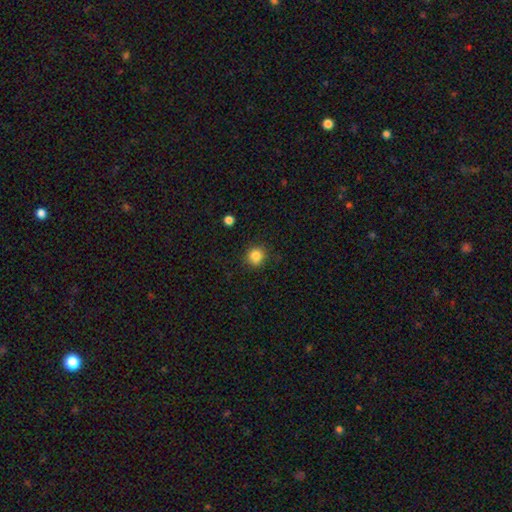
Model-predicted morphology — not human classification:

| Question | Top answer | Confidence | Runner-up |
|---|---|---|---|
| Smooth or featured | smooth | 84% | star or artifact (11%) |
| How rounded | round | 90% | in between (9%) |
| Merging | none | 88% | minor disturbance (9%) |